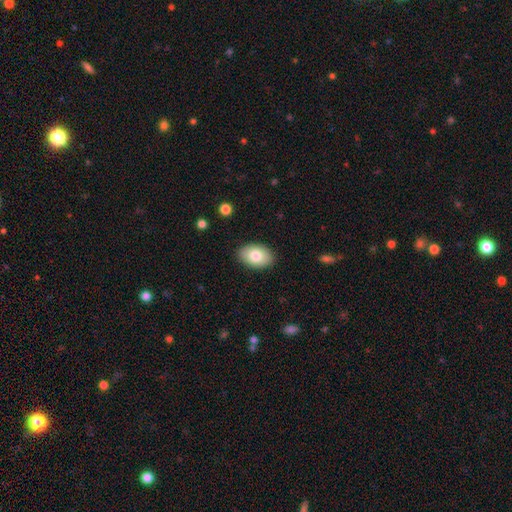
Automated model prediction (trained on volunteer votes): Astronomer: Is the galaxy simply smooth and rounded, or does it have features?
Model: smooth — 82%.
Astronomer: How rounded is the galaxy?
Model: in between — 89%.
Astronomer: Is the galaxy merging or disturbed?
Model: none — 88%.